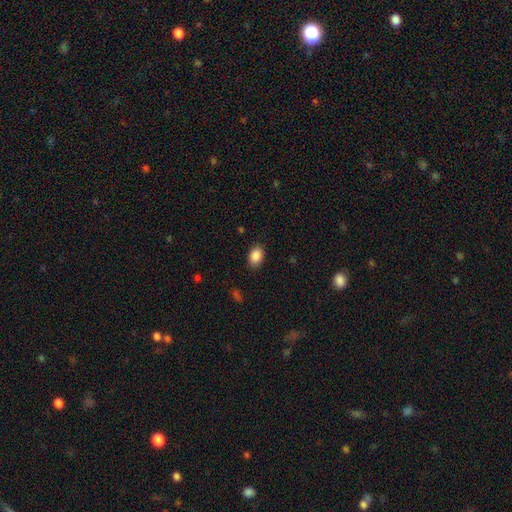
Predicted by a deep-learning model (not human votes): The model was most divided on "how rounded": in between: 85%, round: 14%, cigar-shaped: 1%. More confident: smooth or featured — smooth (88%); merging — none (87%).